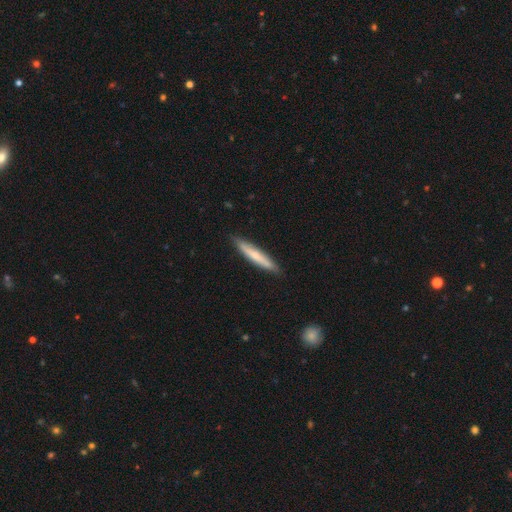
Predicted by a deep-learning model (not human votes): A smooth galaxy with no disk features (64%) that is cigar-shaped (94%). Merging: none (89%).